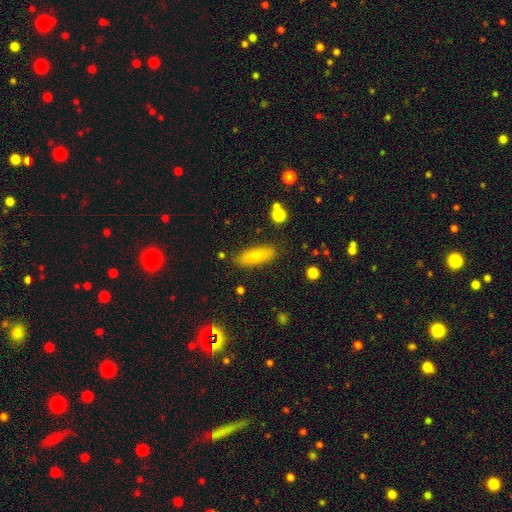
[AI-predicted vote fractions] This is likely a smooth galaxy (74%). How rounded: possibly in between (57%). Merging: clearly none (84%).